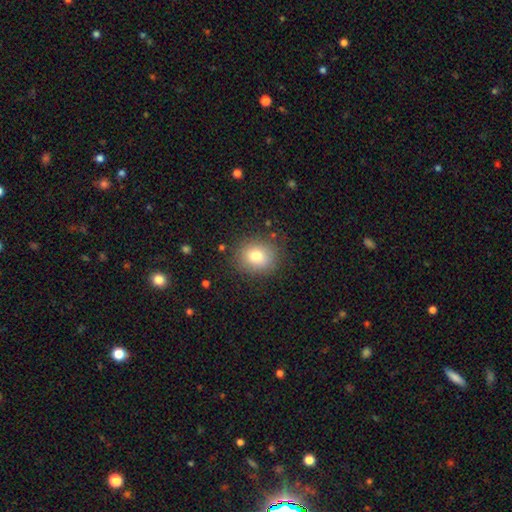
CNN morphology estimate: Q: Smooth or featured?
A: smooth (78%); runner-up: star or artifact (11%)
Q: How rounded?
A: round (71%); runner-up: in between (28%)
Q: Merging?
A: none (83%); runner-up: minor disturbance (12%)